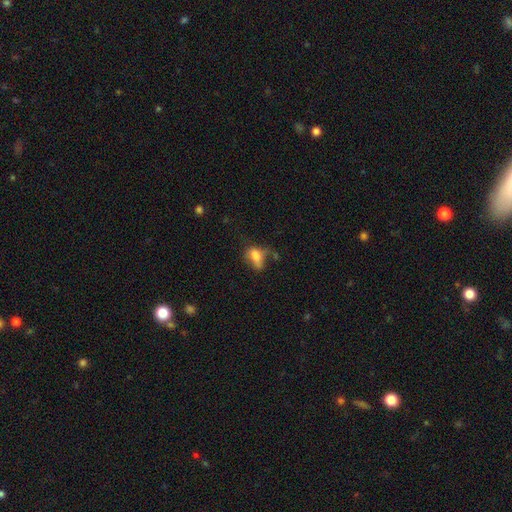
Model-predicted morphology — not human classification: This appears to be a smooth galaxy with no disk features (68%) that is in between round and cigar-shaped (79%). Merging: none (32%).